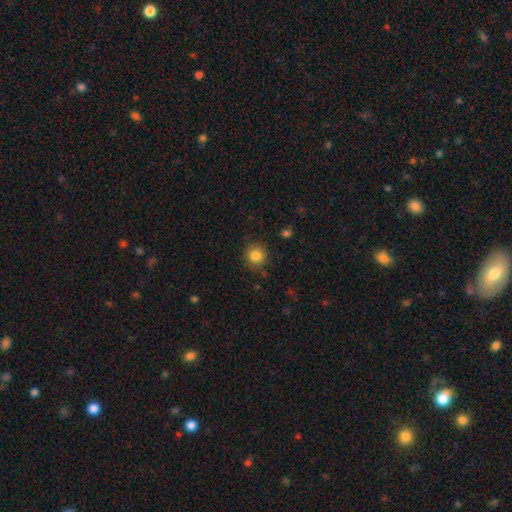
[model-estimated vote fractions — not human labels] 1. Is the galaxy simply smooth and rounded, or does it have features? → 84% smooth, 10% star or artifact, 6% featured or disk.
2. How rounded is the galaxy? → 92% round, 7% in between, 1% cigar-shaped.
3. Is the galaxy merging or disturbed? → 87% none, 9% minor disturbance, 3% major disturbance, 2% merger.